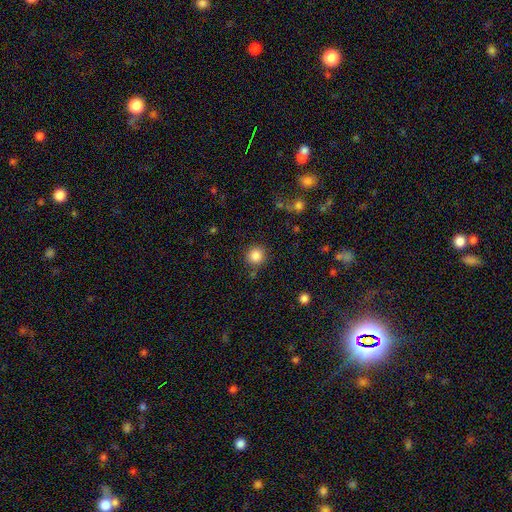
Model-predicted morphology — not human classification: Smooth or featured?
  - smooth: 85% *
  - star or artifact: 10%
  - featured or disk: 4%
How rounded?
  - round: 92% *
  - in between: 7%
  - cigar-shaped: 1%
Merging?
  - none: 86% *
  - minor disturbance: 8%
  - merger: 3%
  - major disturbance: 3%